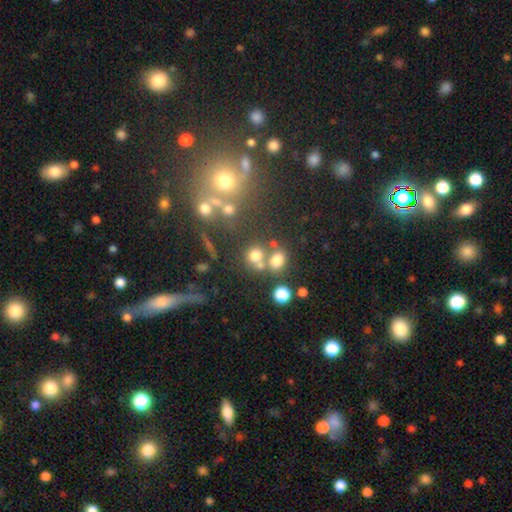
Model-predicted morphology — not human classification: The model was most divided on "merging": none: 47%, merger: 37%, minor disturbance: 10%, major disturbance: 6%. More confident: how rounded — round (69%); smooth or featured — smooth (68%).